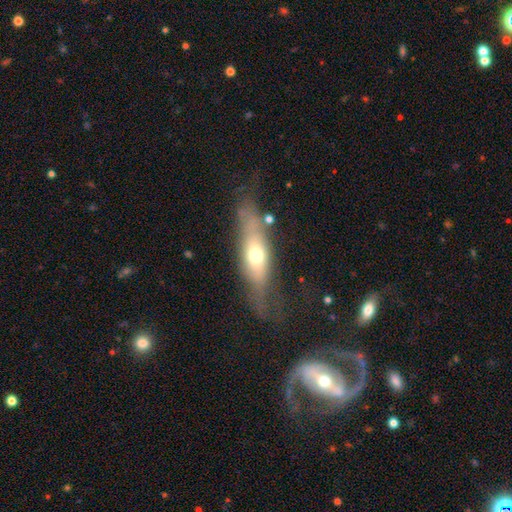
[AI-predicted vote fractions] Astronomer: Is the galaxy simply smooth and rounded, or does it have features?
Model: smooth — 49% (runner-up: featured or disk, 44%).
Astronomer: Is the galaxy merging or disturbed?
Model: none — 52%.